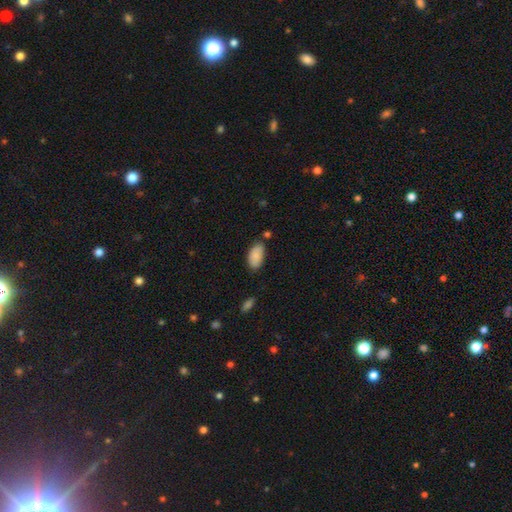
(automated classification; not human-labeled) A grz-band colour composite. It shows a smooth galaxy with no disk features (87%) that is in between round and cigar-shaped (94%). Merging: none (70%).